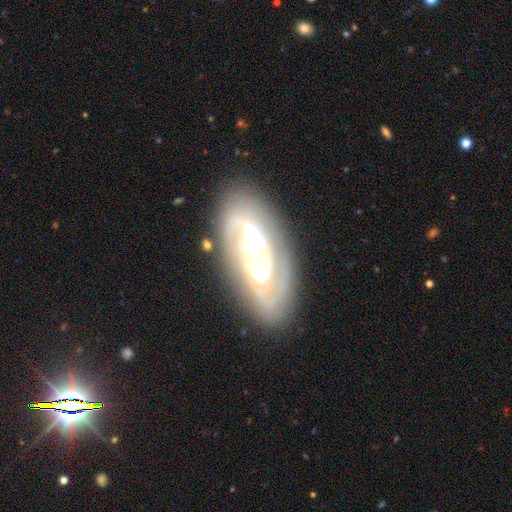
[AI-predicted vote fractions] smooth-or-featured: featured or disk: 85% | smooth: 9% | star or artifact: 6%
  disk-edge-on: no: 94% | yes: 6%
    bar: no: 43% | weak: 36% | strong: 21%
    has-spiral-arms: yes: 94% | no: 6%
      spiral-winding: medium: 44% | tight: 39% | loose: 18%
      spiral-arm-count: 2: 66% | can't tell: 13% | 3: 8% | 1: 7% | 4: 3% | more than 4: 3%
    bulge-size: moderate: 50% | small: 22% | large: 21% | none: 4% | dominant: 3%
  merging: none: 75% | minor disturbance: 15% | major disturbance: 8% | merger: 3%